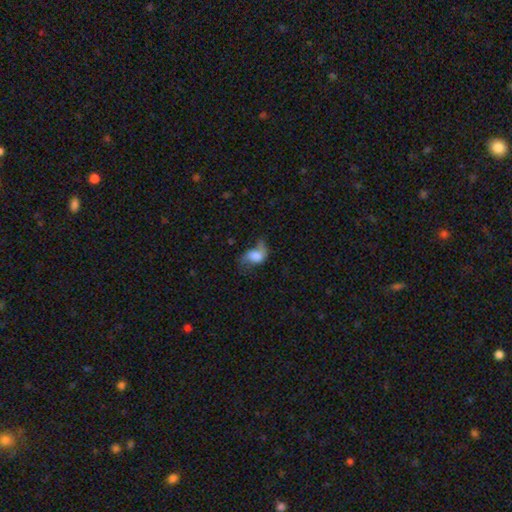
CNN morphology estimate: Smooth or featured? smooth (58%)
How rounded? in between (82%)
Merging? major disturbance (35%)